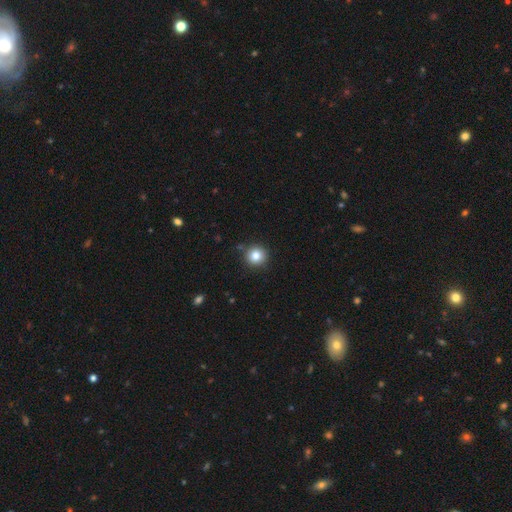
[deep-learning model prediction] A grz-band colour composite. It shows a smooth galaxy with no disk features (83%) that is round (94%). Merging: none (87%).